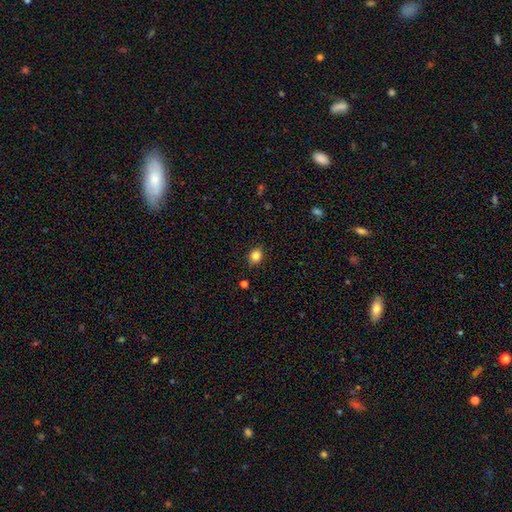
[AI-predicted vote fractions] Smooth or featured? smooth (84%)
How rounded? round (54%)
Merging? none (87%)